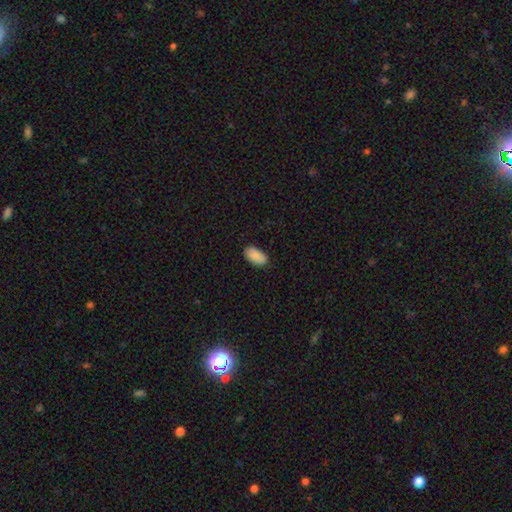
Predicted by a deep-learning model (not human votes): smooth_or_featured: smooth (p=0.88) [alt: star or artifact p=0.07]
how_rounded: in between (p=0.95) [alt: round p=0.03]
merging: none (p=0.83) [alt: minor disturbance p=0.13]